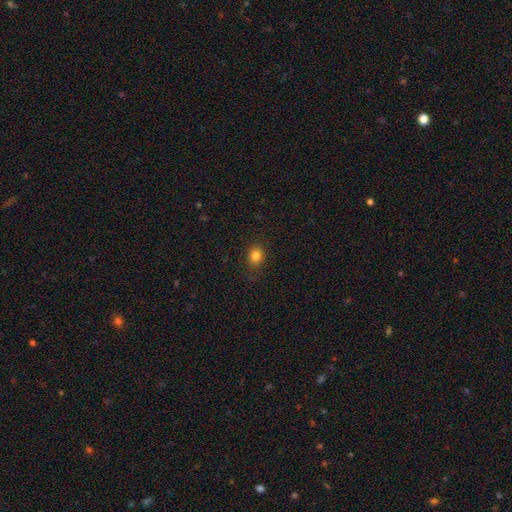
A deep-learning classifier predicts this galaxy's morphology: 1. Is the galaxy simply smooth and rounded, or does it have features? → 83% smooth, 12% star or artifact, 5% featured or disk.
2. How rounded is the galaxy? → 66% round, 33% in between, 1% cigar-shaped.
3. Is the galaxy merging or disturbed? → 85% none, 11% minor disturbance, 3% major disturbance, 1% merger.